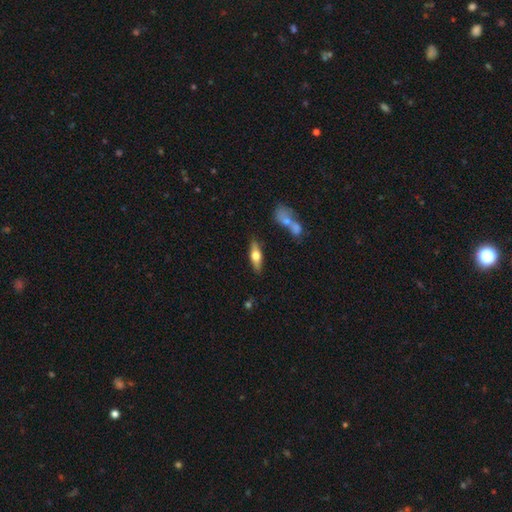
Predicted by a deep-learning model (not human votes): A smooth galaxy with no disk features (47%, tied with featured or disk).

Vote fractions:
- Smooth or featured? smooth: 47% (tied) / featured or disk: 47% (tied) / star or artifact: 6%
- Merging? none: 81% / minor disturbance: 11% / merger: 5% / major disturbance: 3%